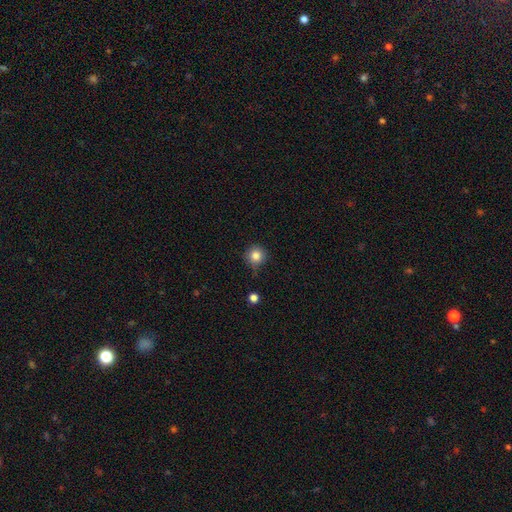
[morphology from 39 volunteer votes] Volunteers were most divided on "merging": none: 71%, minor disturbance: 26%, merger: 3%, major disturbance: 0%. More confident: how rounded — round (94%); smooth or featured — smooth (85%).